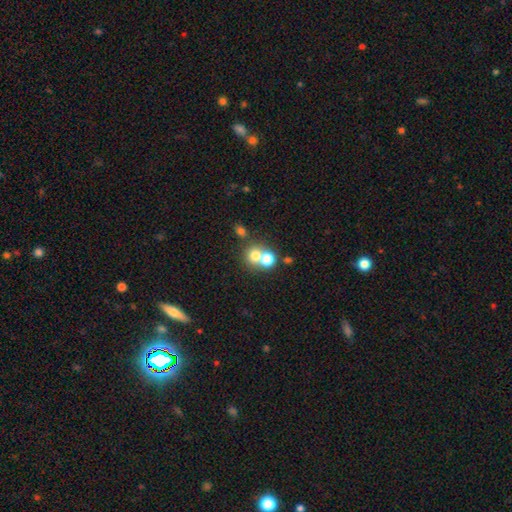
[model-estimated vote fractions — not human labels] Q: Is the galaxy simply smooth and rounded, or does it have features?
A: smooth — 70%.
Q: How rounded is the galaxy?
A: round — 81%.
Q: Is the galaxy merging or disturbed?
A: merger — 49%.